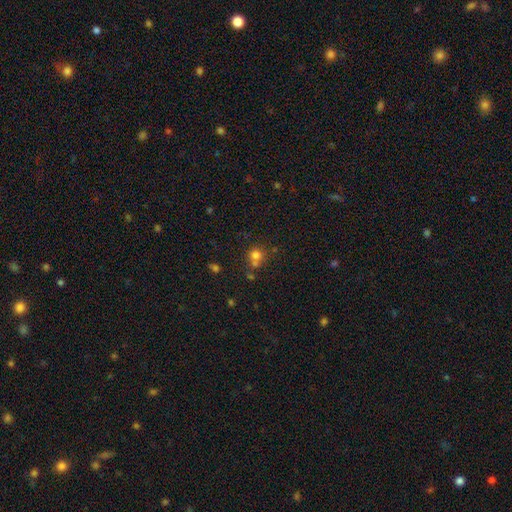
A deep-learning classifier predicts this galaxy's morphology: Smooth or featured?
  - smooth: 74% *
  - star or artifact: 17%
  - featured or disk: 10%
How rounded?
  - round: 86% *
  - in between: 13%
  - cigar-shaped: 1%
Merging?
  - none: 52% *
  - merger: 34%
  - minor disturbance: 9%
  - major disturbance: 4%